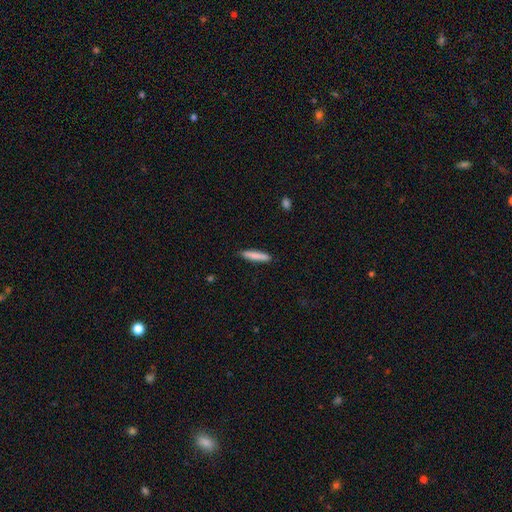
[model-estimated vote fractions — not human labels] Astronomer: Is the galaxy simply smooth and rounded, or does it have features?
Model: smooth — 82%.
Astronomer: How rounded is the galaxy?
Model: cigar-shaped — 89%.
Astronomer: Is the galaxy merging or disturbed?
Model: none — 86%.